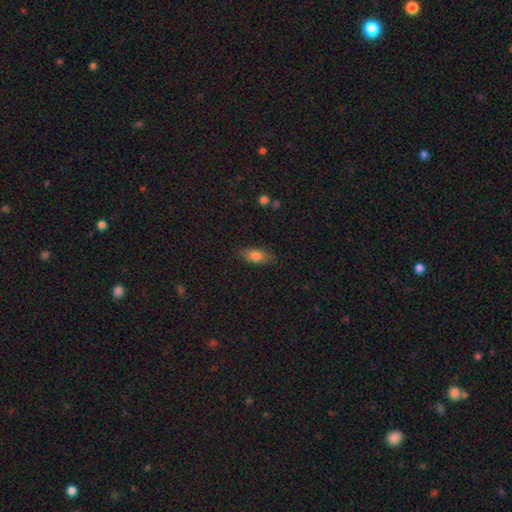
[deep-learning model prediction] smooth-or-featured: smooth: 77% | featured or disk: 15% | star or artifact: 8%
  how-rounded: in between: 79% | cigar-shaped: 17% | round: 4%
  merging: none: 82% | minor disturbance: 13% | major disturbance: 3% | merger: 1%